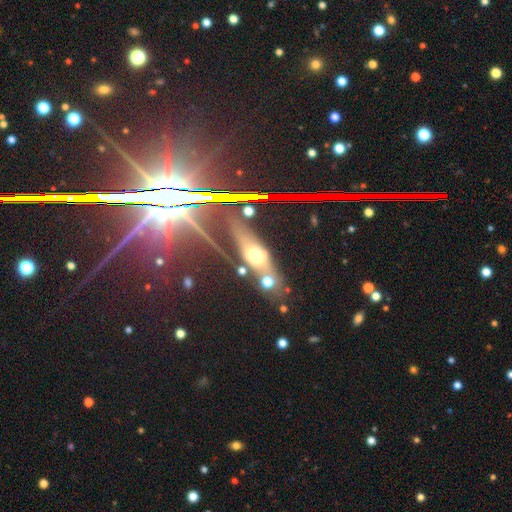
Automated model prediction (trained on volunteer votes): smooth_or_featured: smooth (p=0.38) [alt: featured or disk p=0.34]
merging: none (p=0.66) [alt: minor disturbance p=0.14]